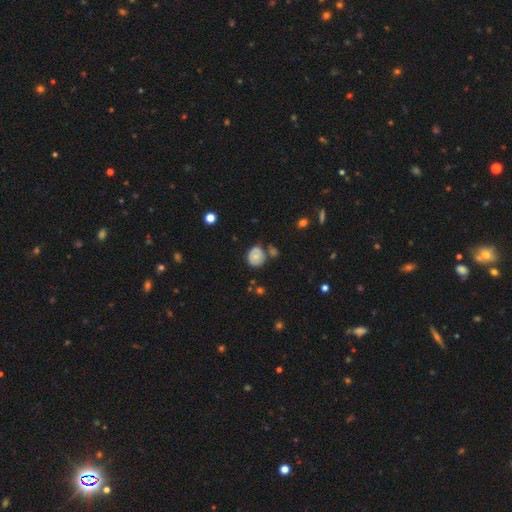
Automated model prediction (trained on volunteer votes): smooth 61%, featured or disk 28%, star or artifact 10%. Down the decision tree: how rounded — round (76%); merging — none (64%).